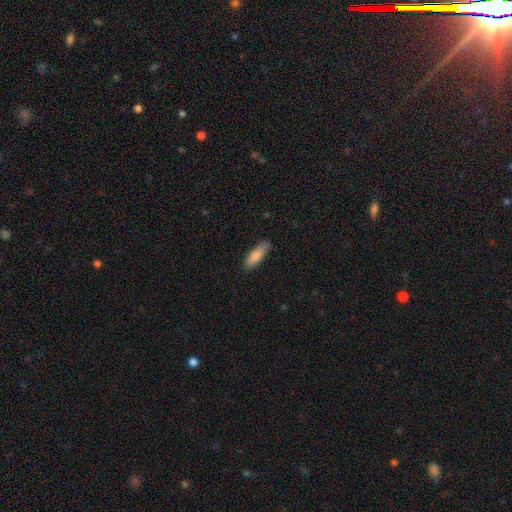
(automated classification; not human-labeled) This is clearly a smooth galaxy (83%). How rounded: possibly cigar-shaped (49%, tied with in between). Merging: clearly none (84%).